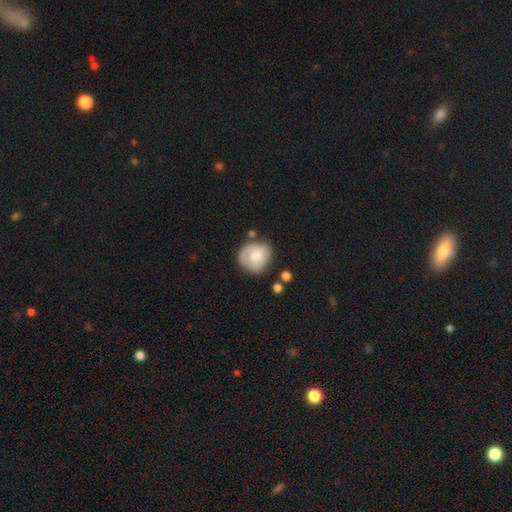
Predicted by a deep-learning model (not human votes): smooth-or-featured: smooth: 54% | featured or disk: 40% | star or artifact: 6%
  how-rounded: round: 79% | in between: 20% | cigar-shaped: 1%
  merging: none: 65% | minor disturbance: 22% | major disturbance: 8% | merger: 5%